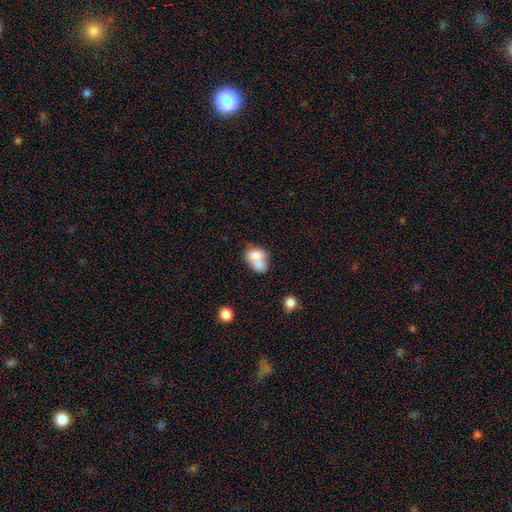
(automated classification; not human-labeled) Smooth or featured: smooth — 72% (featured or disk — 19%)
How rounded: in between — 68% (round — 30%)
Merging: merger — 59% (none — 20%)